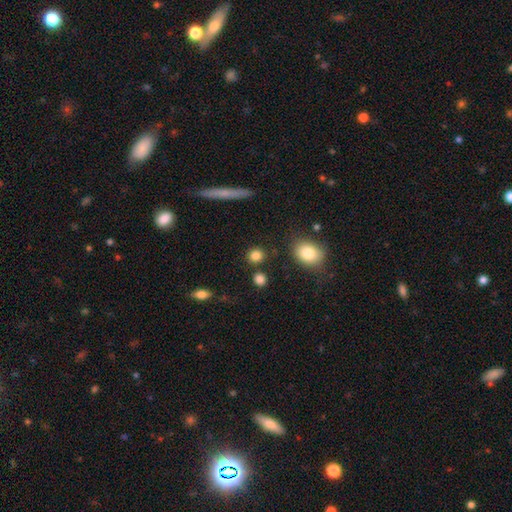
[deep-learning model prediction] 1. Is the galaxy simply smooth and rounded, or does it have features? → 83% smooth, 11% star or artifact, 6% featured or disk.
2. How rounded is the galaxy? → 84% round, 14% in between, 2% cigar-shaped.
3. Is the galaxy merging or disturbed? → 83% none, 8% minor disturbance, 6% merger, 3% major disturbance.